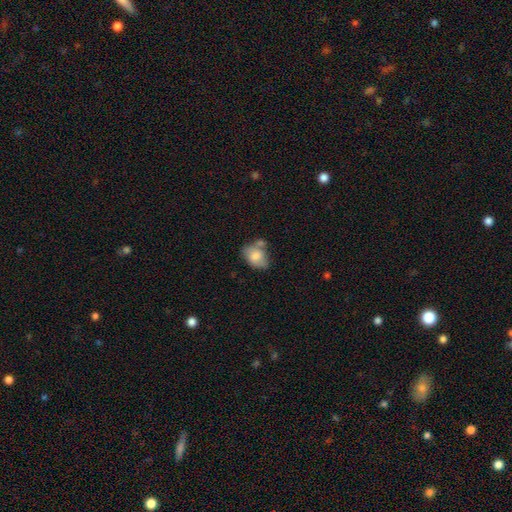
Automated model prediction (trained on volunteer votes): smooth 73%, featured or disk 20%, star or artifact 7%. Down the decision tree: how rounded — in between (74%); merging — none (42%).